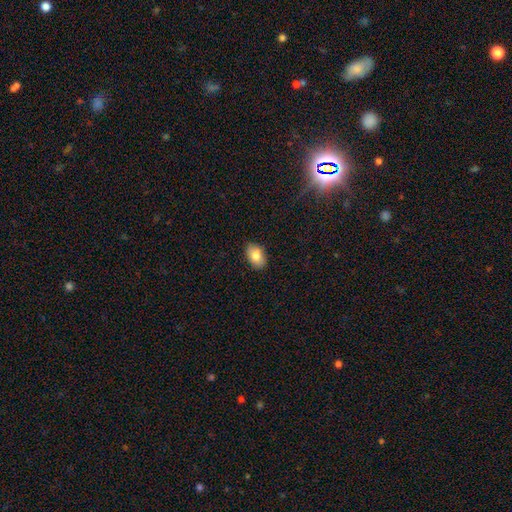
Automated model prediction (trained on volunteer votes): Smooth or featured? smooth (81%)
How rounded? in between (88%)
Merging? none (85%)